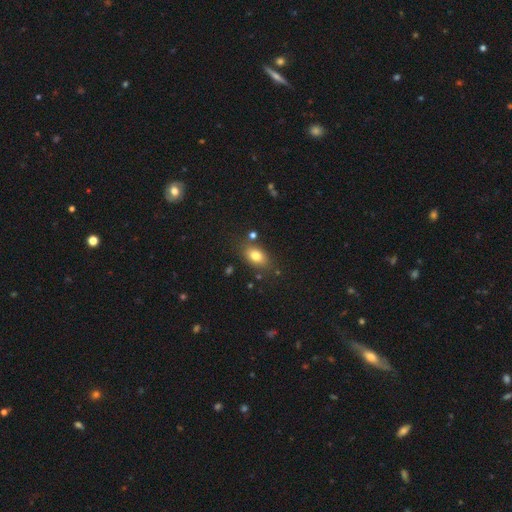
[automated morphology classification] Smooth or featured? smooth (80%)
How rounded? in between (83%)
Merging? none (78%)